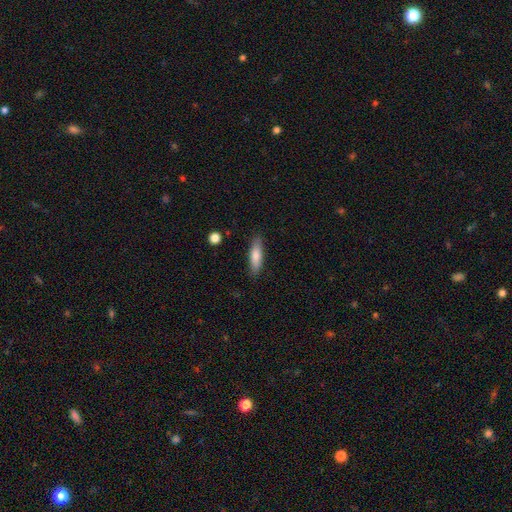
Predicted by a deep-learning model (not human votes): This is likely a smooth galaxy (77%). How rounded: likely cigar-shaped (61%). Merging: clearly none (86%).